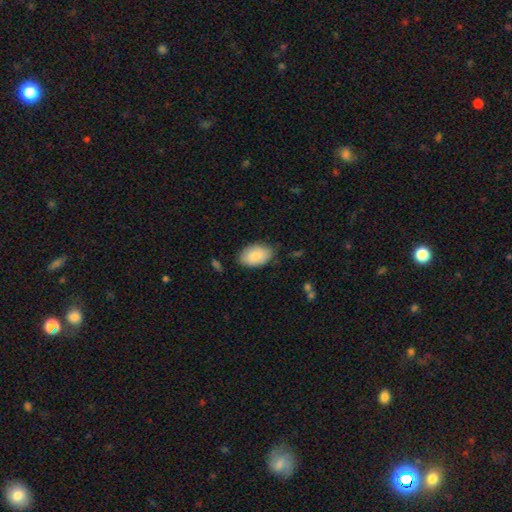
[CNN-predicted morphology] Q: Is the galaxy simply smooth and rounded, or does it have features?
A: smooth — 85%.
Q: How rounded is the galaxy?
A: in between — 91%.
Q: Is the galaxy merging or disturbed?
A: none — 78%.